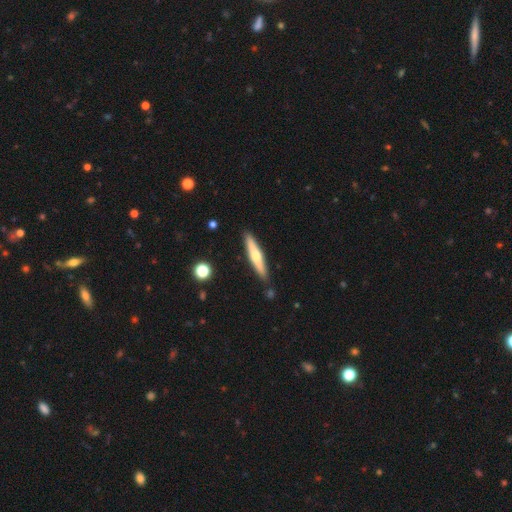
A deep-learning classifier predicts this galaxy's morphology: type=featured or disk (48%); merging=none (88%).